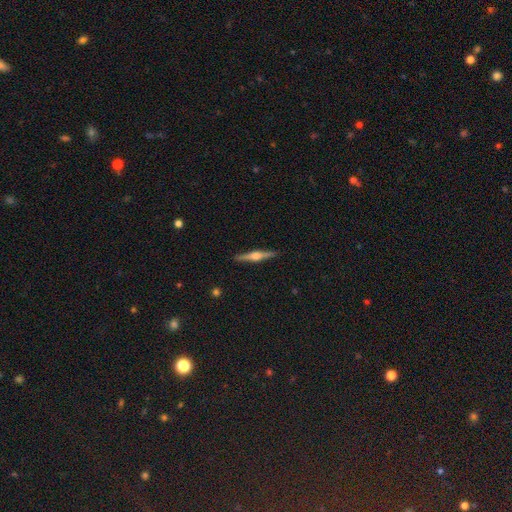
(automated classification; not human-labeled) This appears to be a featured or disk galaxy (77%) viewed edge-on (98%) with a rounded central bulge (91%). Merging: none (92%).